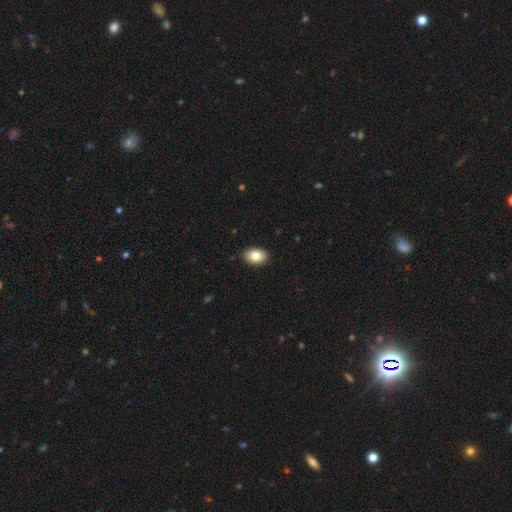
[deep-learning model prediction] Q: Smooth or featured?
A: smooth (83%); runner-up: featured or disk (9%)
Q: How rounded?
A: in between (84%); runner-up: round (15%)
Q: Merging?
A: none (89%); runner-up: minor disturbance (9%)